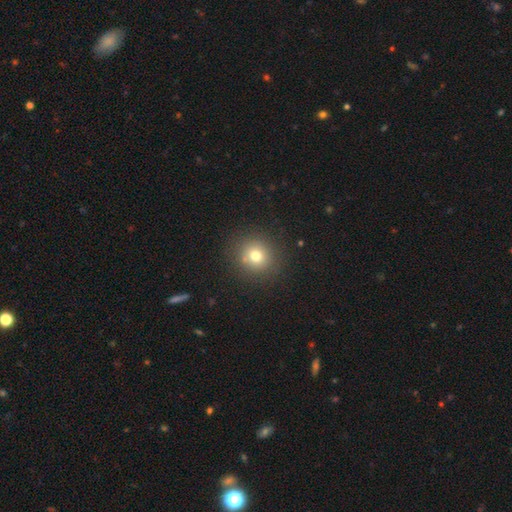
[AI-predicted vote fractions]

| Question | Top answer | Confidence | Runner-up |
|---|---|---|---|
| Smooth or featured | smooth | 74% | star or artifact (15%) |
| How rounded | round | 90% | in between (9%) |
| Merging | none | 87% | minor disturbance (8%) |